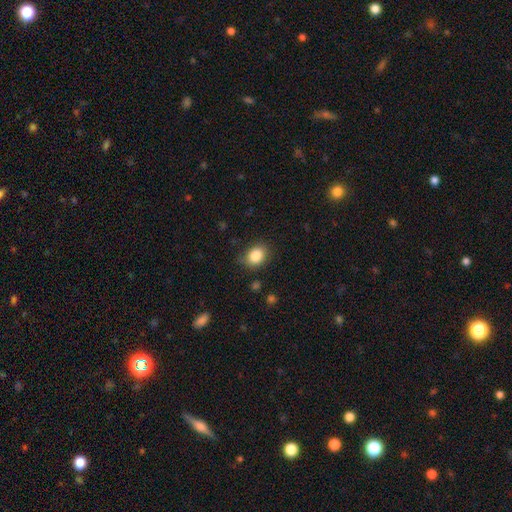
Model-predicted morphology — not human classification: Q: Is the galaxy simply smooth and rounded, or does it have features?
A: smooth — 85%.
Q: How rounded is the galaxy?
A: in between — 56%.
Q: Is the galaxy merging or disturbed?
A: none — 79%.